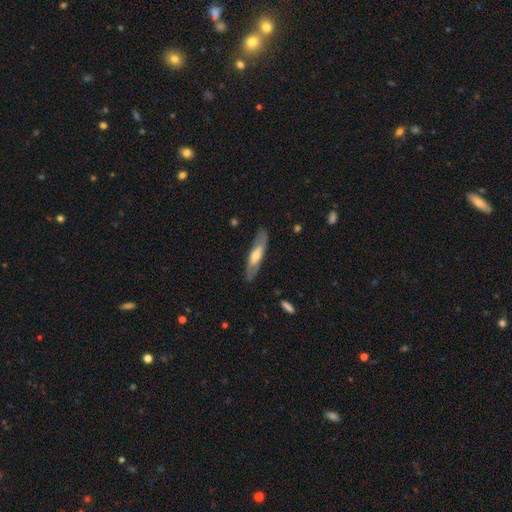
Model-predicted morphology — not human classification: type=featured or disk (49%); merging=none (82%).